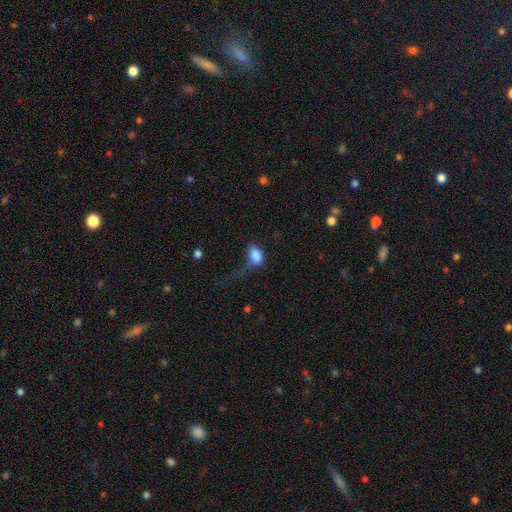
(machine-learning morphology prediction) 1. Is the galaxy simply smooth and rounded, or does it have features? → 83% smooth, 9% featured or disk, 8% star or artifact.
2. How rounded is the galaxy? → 88% in between, 9% round, 2% cigar-shaped.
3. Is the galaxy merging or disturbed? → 48% major disturbance, 23% none, 23% minor disturbance, 6% merger.